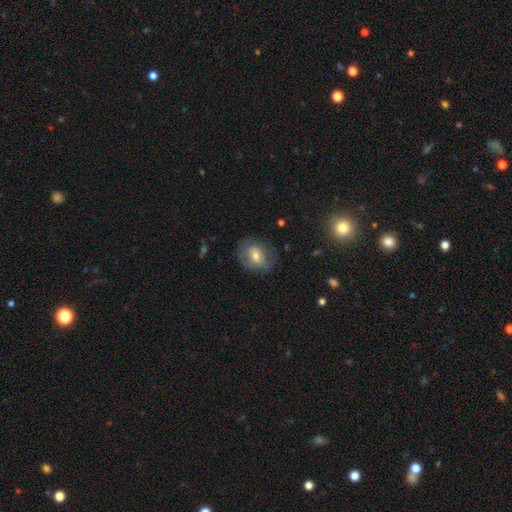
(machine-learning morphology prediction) This appears to be a smooth galaxy with no disk features (55%) that is in between round and cigar-shaped (53%). Merging: none (73%).